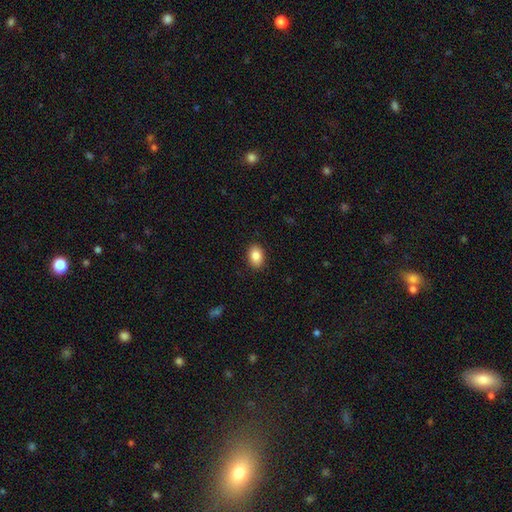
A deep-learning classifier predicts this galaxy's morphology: Smooth or featured?
  - smooth: 87% *
  - star or artifact: 8%
  - featured or disk: 5%
How rounded?
  - in between: 80% *
  - round: 19%
  - cigar-shaped: 1%
Merging?
  - none: 89% *
  - minor disturbance: 8%
  - major disturbance: 2%
  - merger: 1%